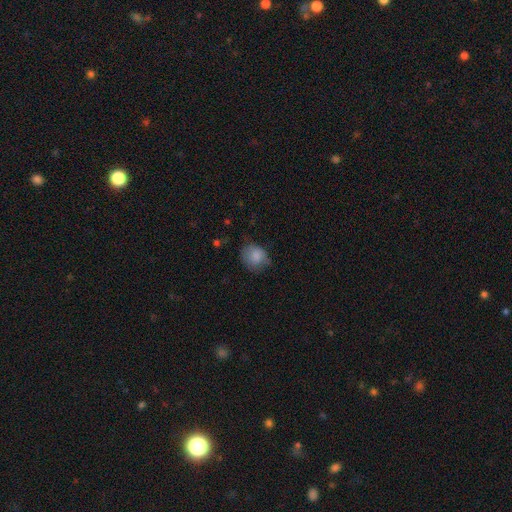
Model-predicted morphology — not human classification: Q: Smooth or featured?
A: smooth (81%); runner-up: featured or disk (10%)
Q: How rounded?
A: round (63%); runner-up: in between (36%)
Q: Merging?
A: none (58%); runner-up: minor disturbance (30%)